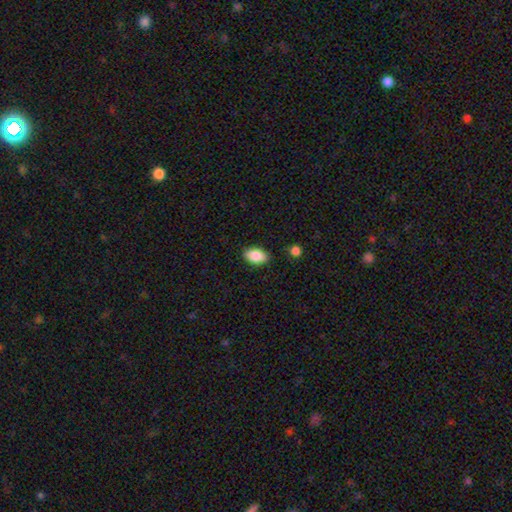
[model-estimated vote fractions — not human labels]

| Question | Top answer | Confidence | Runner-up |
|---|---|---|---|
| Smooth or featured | smooth | 86% | star or artifact (8%) |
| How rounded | in between | 90% | round (8%) |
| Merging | none | 85% | minor disturbance (10%) |